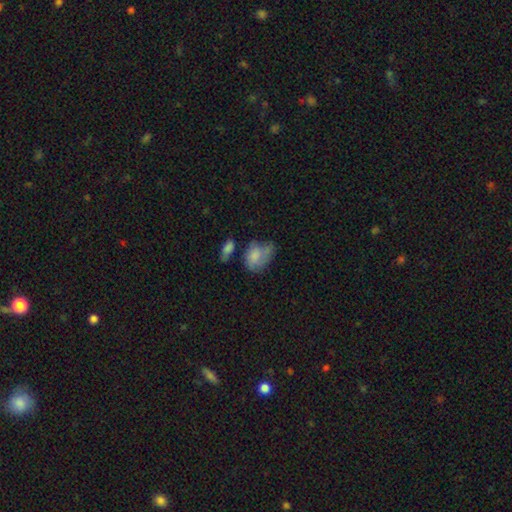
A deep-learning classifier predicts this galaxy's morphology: This appears to be a smooth galaxy with no disk features (69%) that is in between round and cigar-shaped (77%). Merging: none (34%).